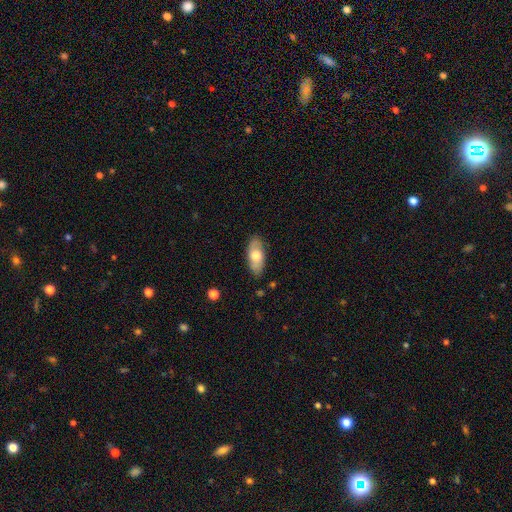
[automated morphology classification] Overall: smooth (67%; featured or disk 27%). How rounded: in between (87%). Merging: none (82%).